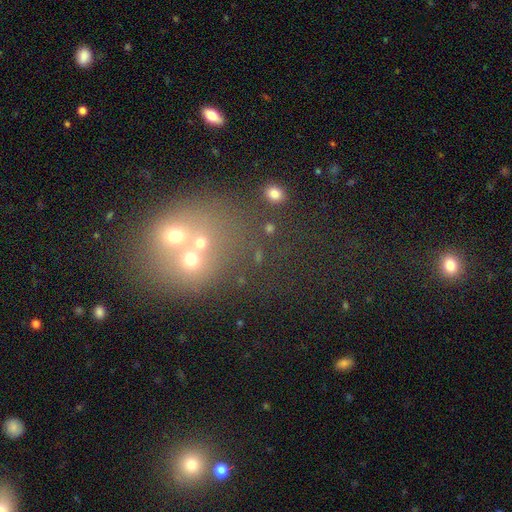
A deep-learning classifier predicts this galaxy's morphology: type=smooth (43%); merging=merger (52%).